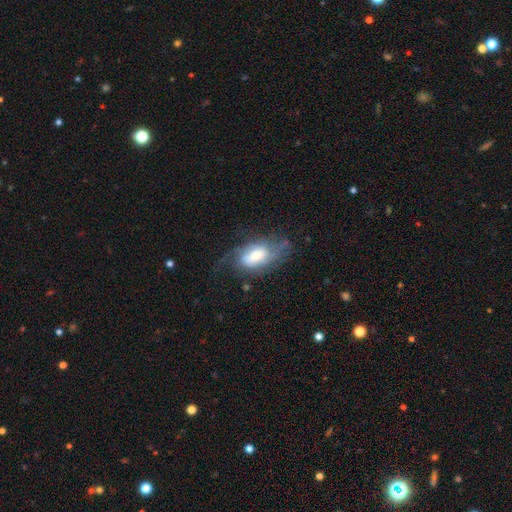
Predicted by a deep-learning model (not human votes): smooth_or_featured: featured or disk (p=0.57) [alt: smooth p=0.35]
disk_edge_on: no (p=0.92) [alt: yes p=0.08]
bar: no (p=0.59) [alt: weak p=0.31]
has_spiral_arms: yes (p=0.80) [alt: no p=0.20]
bulge_size: large (p=0.40) [alt: moderate p=0.29]
merging: none (p=0.46) [alt: major disturbance p=0.27]